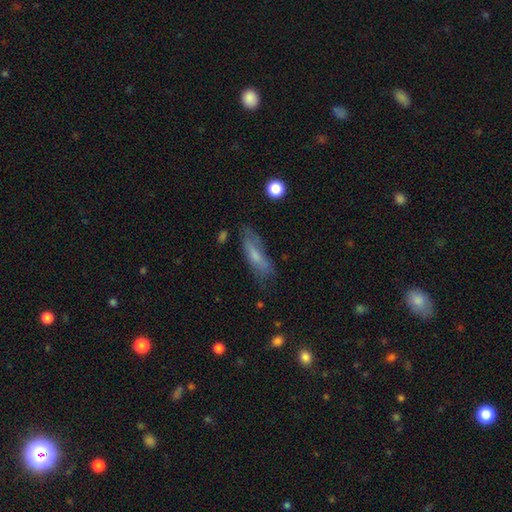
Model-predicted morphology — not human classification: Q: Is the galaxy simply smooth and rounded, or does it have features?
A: smooth — 59%.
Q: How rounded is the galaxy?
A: cigar-shaped — 59%.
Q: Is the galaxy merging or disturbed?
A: none — 65%.